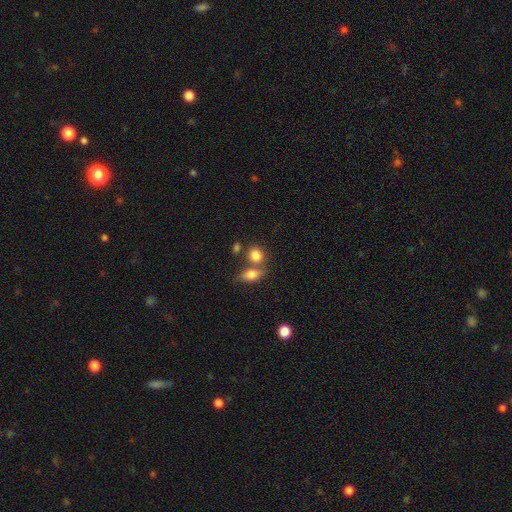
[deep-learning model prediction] smooth 82%, star or artifact 9%, featured or disk 9%. Down the decision tree: how rounded — round (56%); merging — none (50%).